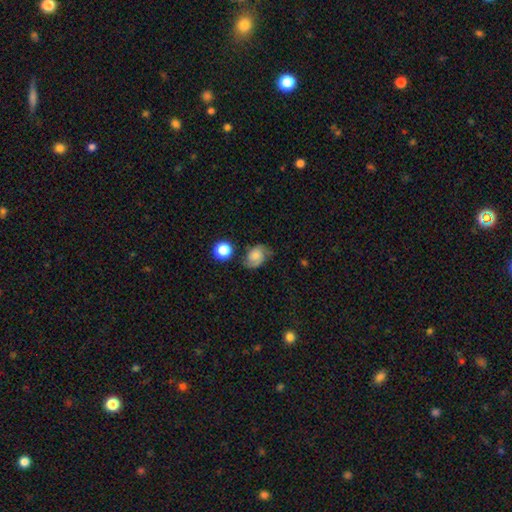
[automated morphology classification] Smooth or featured?
  - smooth: 50% *
  - featured or disk: 40%
  - star or artifact: 11%
Merging?
  - none: 62% *
  - minor disturbance: 26%
  - major disturbance: 9%
  - merger: 4%